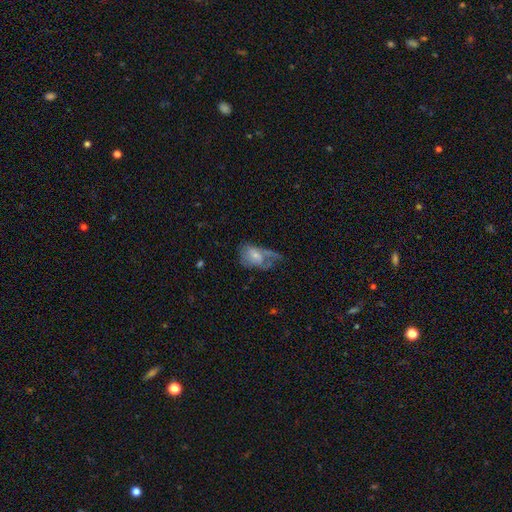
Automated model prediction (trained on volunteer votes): The model was most divided on "smooth or featured": featured or disk: 49%, smooth: 42%, star or artifact: 8%. Remaining: merging — major disturbance (45%).